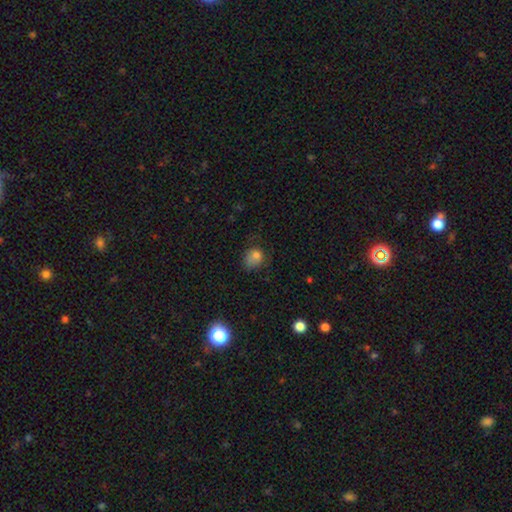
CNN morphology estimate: This appears to be a smooth galaxy with no disk features (76%) that is round (54%). Merging: none (41%).